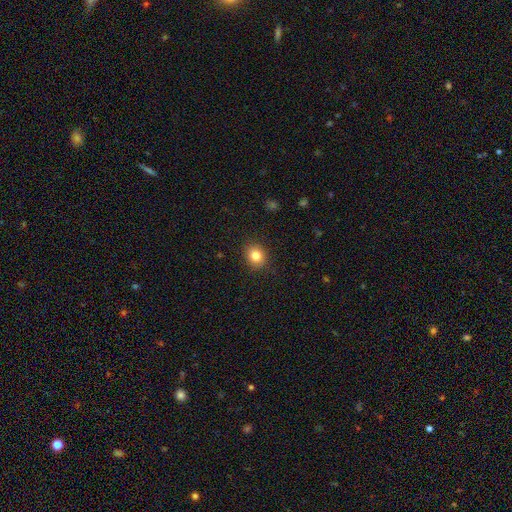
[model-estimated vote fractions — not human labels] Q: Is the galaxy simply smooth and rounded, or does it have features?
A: smooth — 82%.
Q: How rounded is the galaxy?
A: round — 68%.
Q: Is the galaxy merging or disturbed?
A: none — 90%.